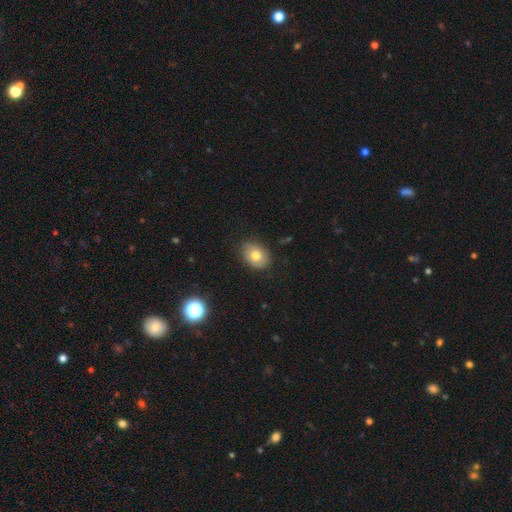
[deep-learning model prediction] Smooth or featured? smooth (76%)
How rounded? in between (69%)
Merging? none (80%)